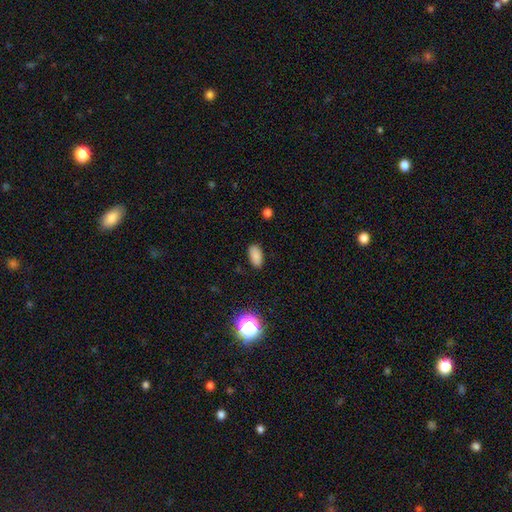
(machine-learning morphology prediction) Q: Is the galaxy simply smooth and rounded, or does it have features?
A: smooth — 84%.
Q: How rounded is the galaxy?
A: in between — 92%.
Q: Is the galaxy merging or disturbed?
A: none — 86%.